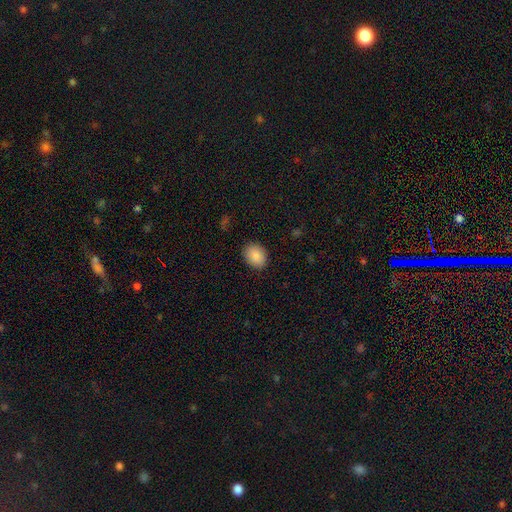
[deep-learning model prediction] Smooth or featured: smooth — 88% (star or artifact — 8%)
How rounded: in between — 65% (round — 35%)
Merging: none — 88% (minor disturbance — 9%)